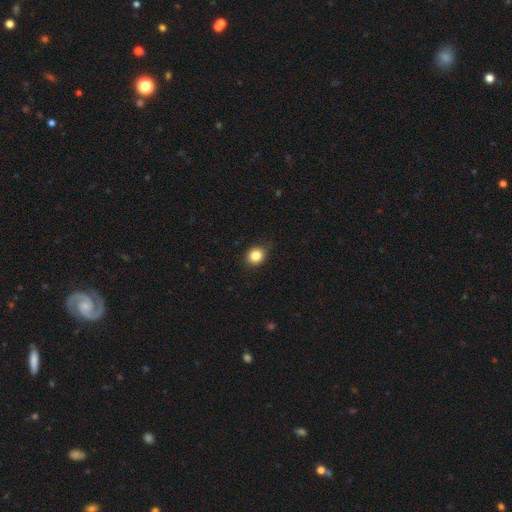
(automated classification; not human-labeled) Smooth or featured? Predicted: smooth (p=0.85). How rounded? Predicted: round (p=0.73). Merging? Predicted: none (p=0.86).